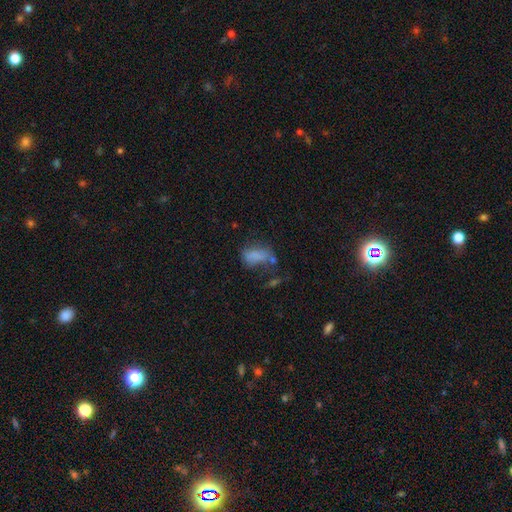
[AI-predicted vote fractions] smooth_or_featured: smooth (p=0.70) [alt: featured or disk p=0.17]
how_rounded: in between (p=0.86) [alt: cigar-shaped p=0.07]
merging: none (p=0.35) [alt: major disturbance p=0.27]